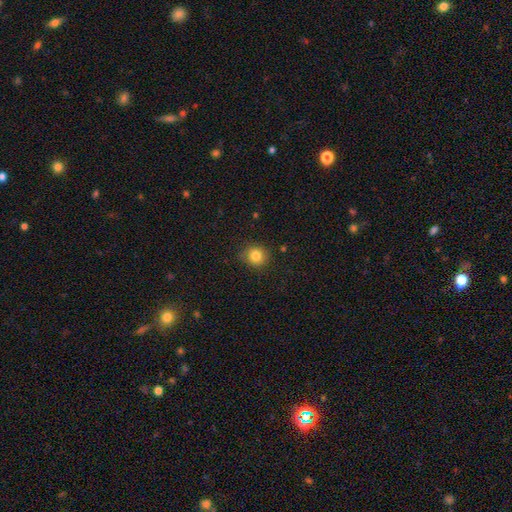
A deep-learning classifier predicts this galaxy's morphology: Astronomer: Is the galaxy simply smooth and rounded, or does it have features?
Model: smooth — 83%.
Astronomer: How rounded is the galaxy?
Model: round — 87%.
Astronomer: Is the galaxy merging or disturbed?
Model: none — 86%.